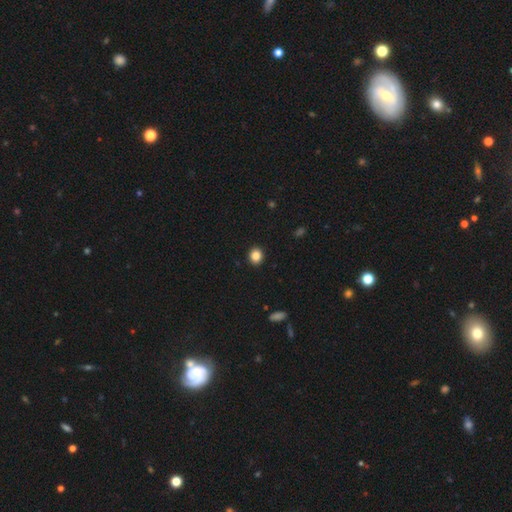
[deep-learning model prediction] Q: Smooth or featured?
A: smooth (85%); runner-up: star or artifact (10%)
Q: How rounded?
A: round (72%); runner-up: in between (27%)
Q: Merging?
A: none (92%); runner-up: minor disturbance (5%)